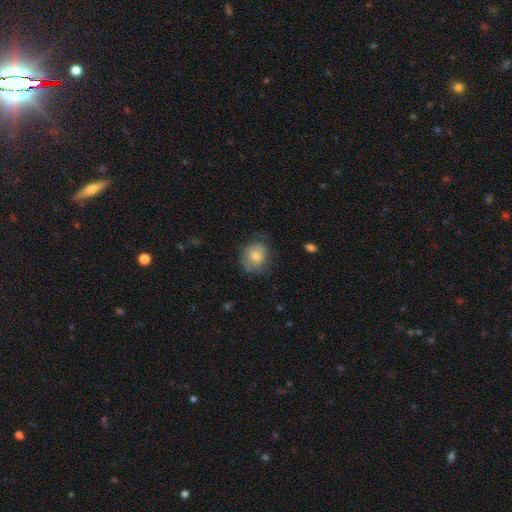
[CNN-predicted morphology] Smooth or featured? smooth (73%)
How rounded? round (74%)
Merging? none (66%)